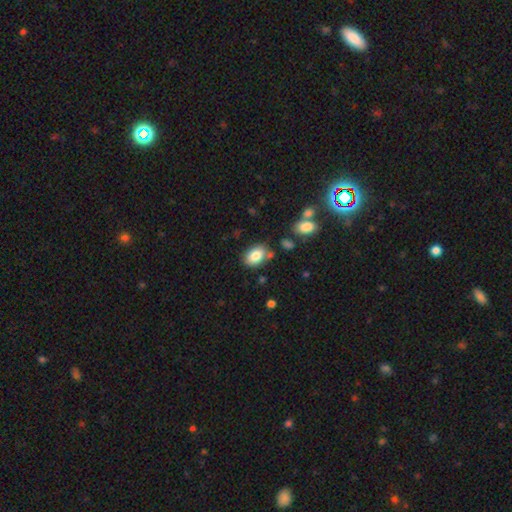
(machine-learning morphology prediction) smooth_or_featured: smooth (p=0.83) [alt: featured or disk p=0.09]
how_rounded: in between (p=0.85) [alt: round p=0.14]
merging: none (p=0.77) [alt: minor disturbance p=0.13]